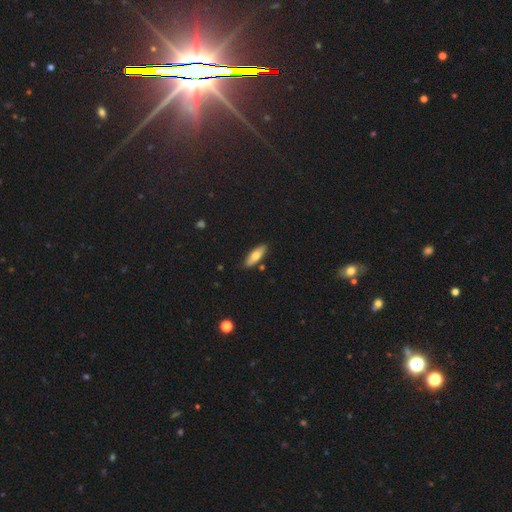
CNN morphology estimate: The model was most divided on "how rounded": in between: 57%, cigar-shaped: 40%, round: 2%. More confident: merging — none (86%); smooth or featured — smooth (67%).